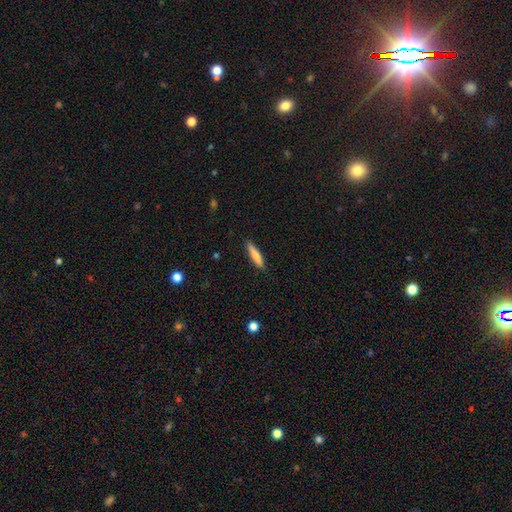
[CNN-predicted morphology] A smooth galaxy with no disk features (74%) that is cigar-shaped (86%). Merging: none (88%).